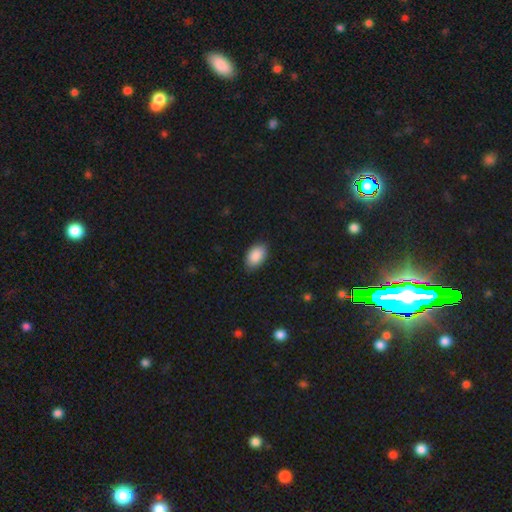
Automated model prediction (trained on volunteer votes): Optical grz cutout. It shows a smooth galaxy with no disk features (89%) that is in between round and cigar-shaped (92%). Merging: none (85%).